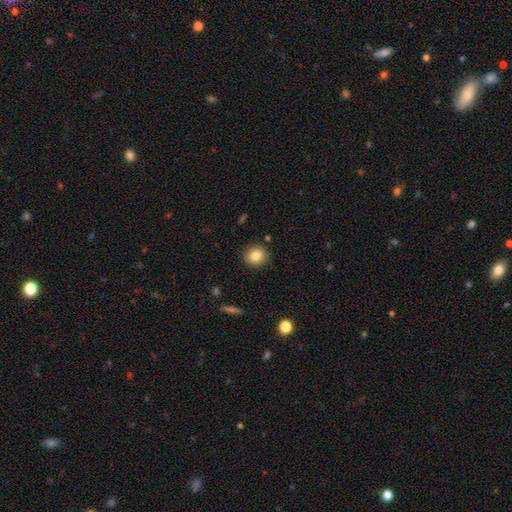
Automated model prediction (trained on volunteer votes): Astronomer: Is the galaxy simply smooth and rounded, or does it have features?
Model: smooth — 82%.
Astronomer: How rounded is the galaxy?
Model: round — 83%.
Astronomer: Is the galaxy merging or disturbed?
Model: none — 90%.